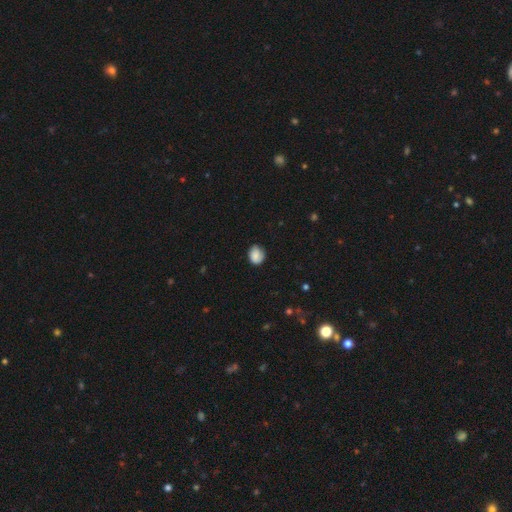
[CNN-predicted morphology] Smooth or featured: smooth — 80% (featured or disk — 12%)
How rounded: round — 58% (in between — 41%)
Merging: none — 71% (minor disturbance — 23%)